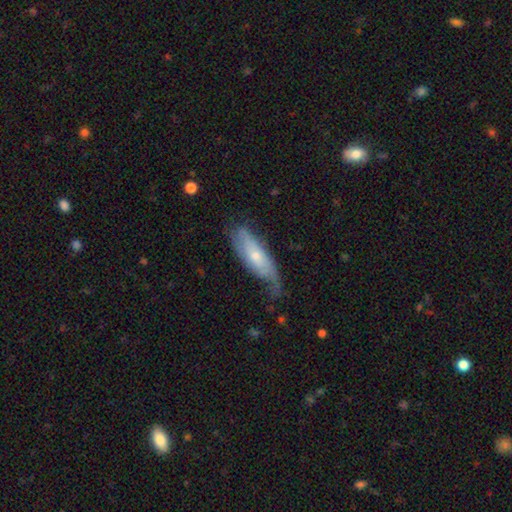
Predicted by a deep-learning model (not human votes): smooth_or_featured: featured or disk (p=0.53) [alt: smooth p=0.41]
disk_edge_on: no (p=0.75) [alt: yes p=0.25]
merging: none (p=0.49) [alt: minor disturbance p=0.34]